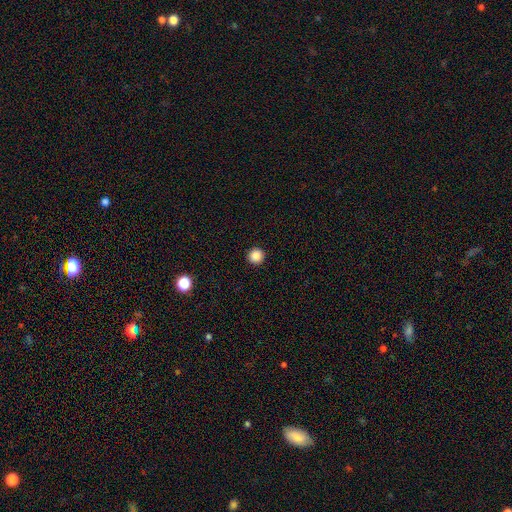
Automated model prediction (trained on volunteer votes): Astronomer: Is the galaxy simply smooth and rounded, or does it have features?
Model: smooth — 86%.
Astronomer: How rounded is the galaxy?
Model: round — 96%.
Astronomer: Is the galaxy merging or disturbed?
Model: none — 94%.